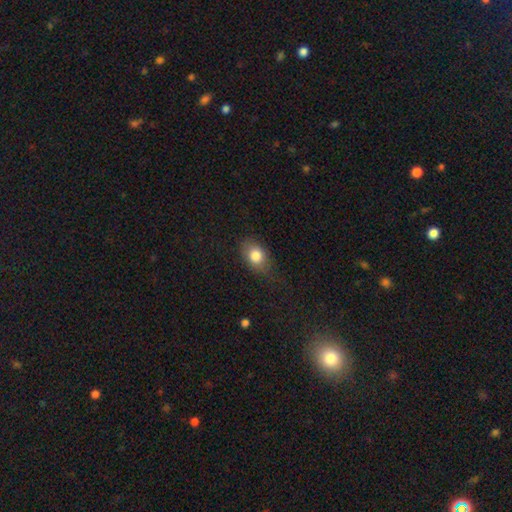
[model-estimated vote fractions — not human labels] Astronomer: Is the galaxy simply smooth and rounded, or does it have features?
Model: smooth — 81%.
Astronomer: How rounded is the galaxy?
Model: in between — 71%.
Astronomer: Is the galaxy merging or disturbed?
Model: none — 66%.